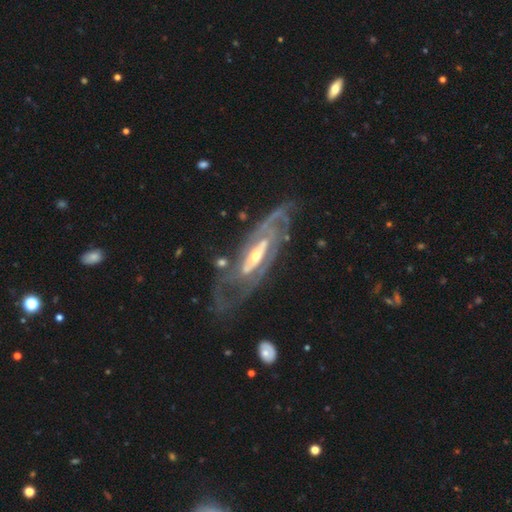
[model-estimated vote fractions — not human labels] Q: Smooth or featured?
A: featured or disk (88%); runner-up: smooth (7%)
Q: Edge-on disk?
A: no (86%); runner-up: yes (14%)
Q: Bar?
A: no (35%); runner-up: strong (34%)
Q: Spiral arms?
A: yes (89%); runner-up: no (11%)
Q: Spiral winding?
A: tight (55%); runner-up: medium (34%)
Q: Spiral arm count?
A: 2 (41%); runner-up: can't tell (33%)
Q: Bulge size?
A: moderate (50%); runner-up: small (42%)
Q: Merging?
A: none (62%); runner-up: minor disturbance (19%)